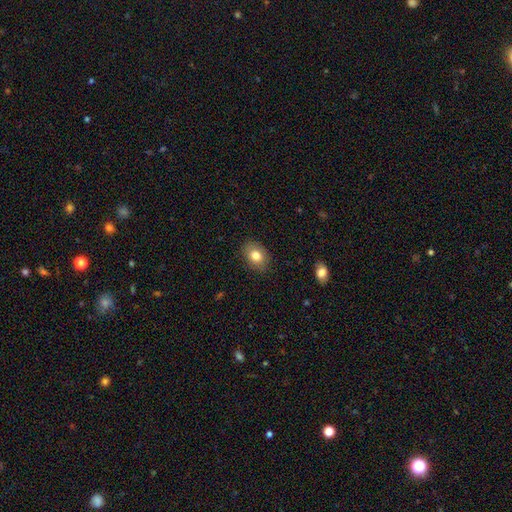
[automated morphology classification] type=smooth (81%); roundness=in between (71%); merging=none (86%).